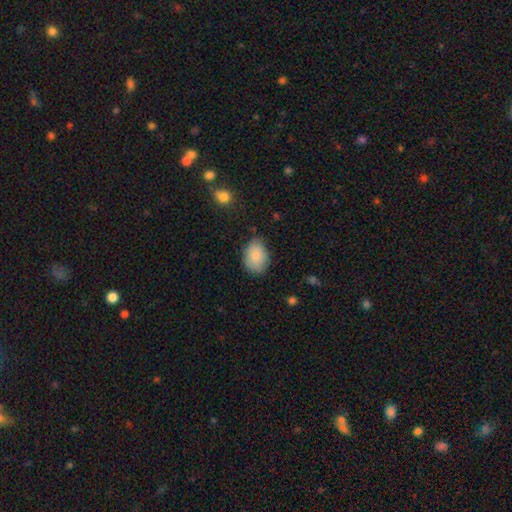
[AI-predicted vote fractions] Morphology: type=smooth (84%); roundness=in between (77%); merging=none (73%).